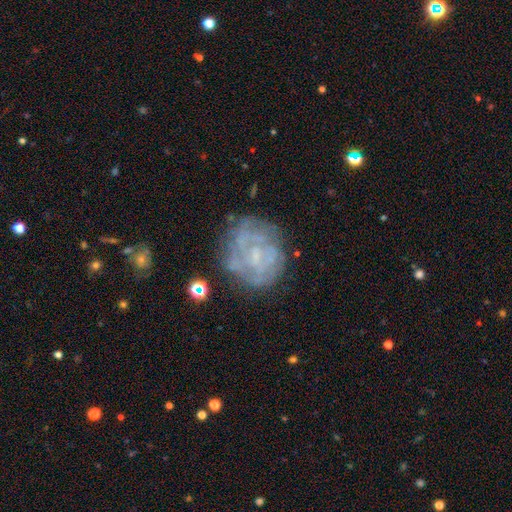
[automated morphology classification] Overall: featured or disk (70%). Edge-on disk: no (98%). Bar: no (65%; weak 28%). Spiral arms: yes (57%; no 43%). Bulge size: small (47%; none 35%). Merging: none (67%).